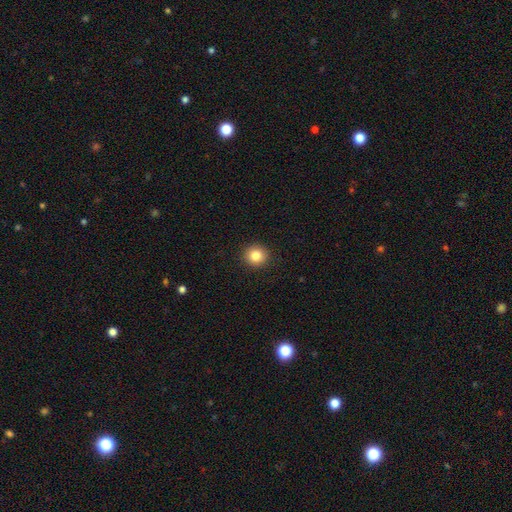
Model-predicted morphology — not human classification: A smooth galaxy with no disk features (83%) that is round (92%). Merging: none (92%).